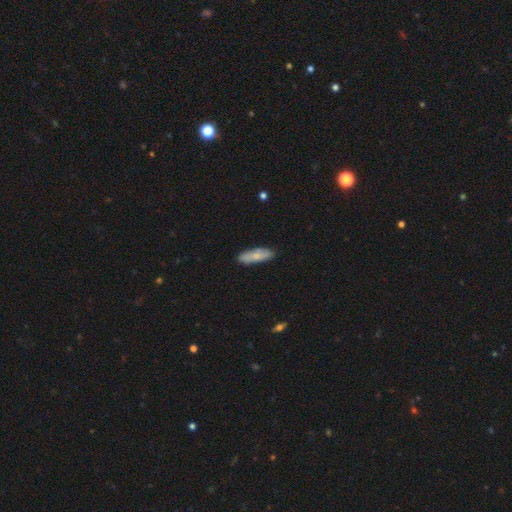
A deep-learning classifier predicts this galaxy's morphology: smooth 75%, featured or disk 19%, star or artifact 6%. Down the decision tree: how rounded — cigar-shaped (54%); merging — none (87%).